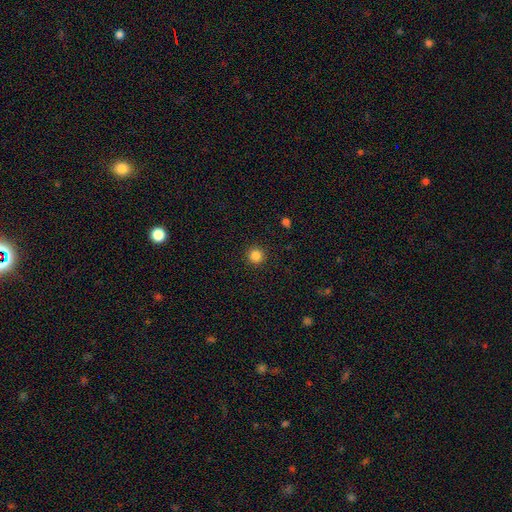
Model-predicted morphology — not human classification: smooth 85%, star or artifact 12%, featured or disk 4%. Down the decision tree: how rounded — round (95%); merging — none (92%).